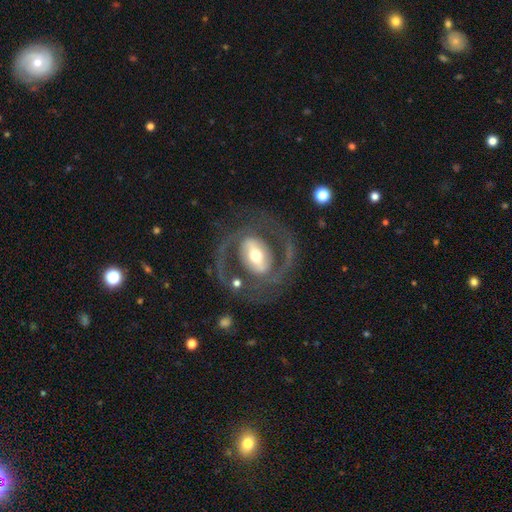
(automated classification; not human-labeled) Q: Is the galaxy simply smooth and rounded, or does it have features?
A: featured or disk — 84%.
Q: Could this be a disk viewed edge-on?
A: no — 96%.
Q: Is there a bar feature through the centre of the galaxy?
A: strong — 57%.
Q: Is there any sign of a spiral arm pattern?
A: yes — 83%.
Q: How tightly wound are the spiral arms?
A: medium — 54%.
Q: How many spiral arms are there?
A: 2 — 88%.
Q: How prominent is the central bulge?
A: moderate — 58%.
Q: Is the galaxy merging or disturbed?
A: none — 70%.